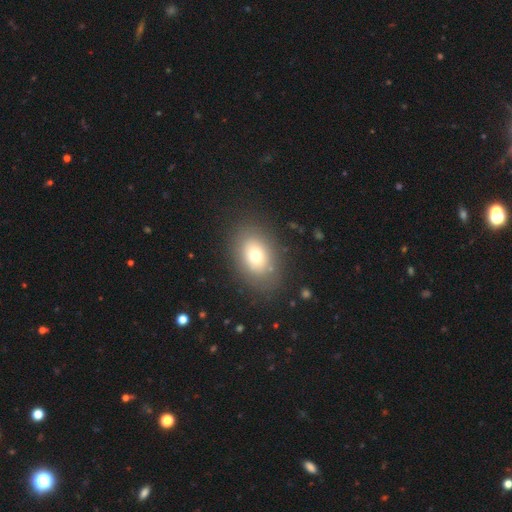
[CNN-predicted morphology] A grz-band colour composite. It shows a smooth galaxy with no disk features (70%) that is in between round and cigar-shaped (79%). Merging: none (82%).